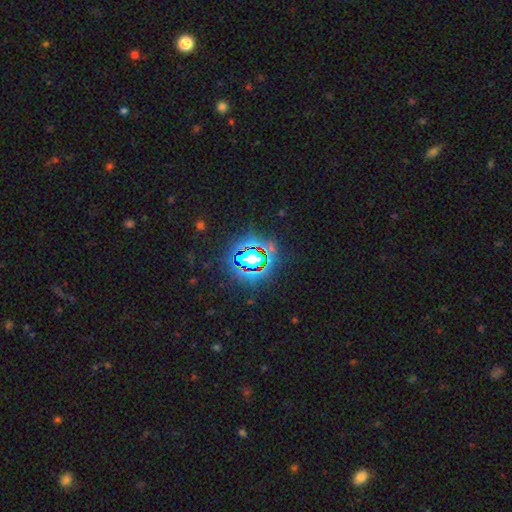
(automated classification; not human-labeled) The model was most divided on "smooth or featured": star or artifact: 79%, smooth: 13%, featured or disk: 8%.